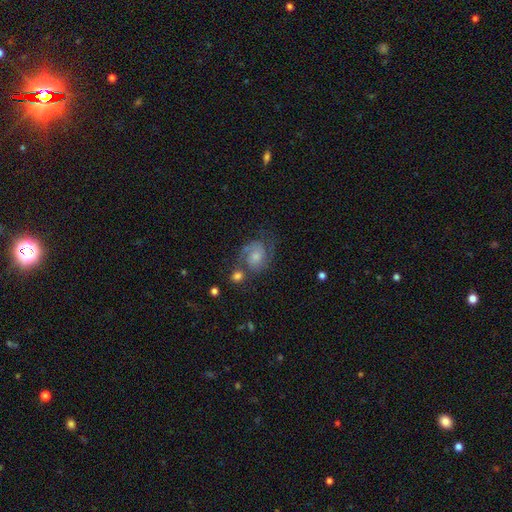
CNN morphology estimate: Smooth or featured? featured or disk (69%)
Edge-on disk? no (98%)
Bar? no (67%)
Spiral arms? yes (92%)
Spiral winding? medium (51%)
Spiral arm count? 2 (79%)
Bulge size? small (43%)
Merging? none (51%)